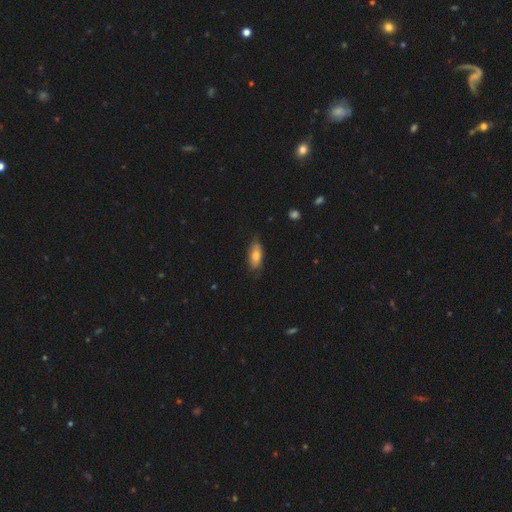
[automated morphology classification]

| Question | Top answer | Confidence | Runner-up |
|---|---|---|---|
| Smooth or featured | smooth | 71% | featured or disk (23%) |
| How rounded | in between | 85% | cigar-shaped (12%) |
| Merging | none | 73% | minor disturbance (23%) |